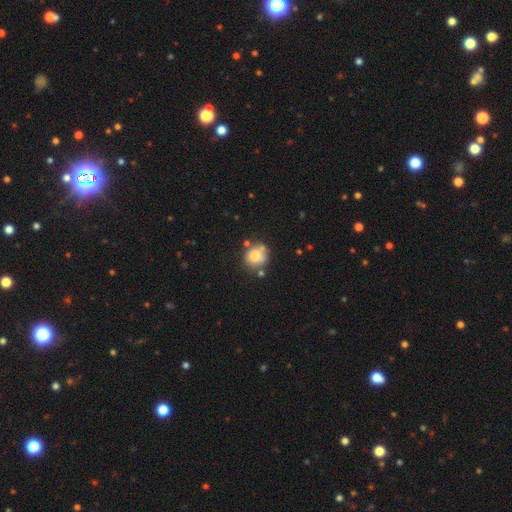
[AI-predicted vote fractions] Smooth or featured?
  - smooth: 77% *
  - featured or disk: 14%
  - star or artifact: 9%
How rounded?
  - round: 86% *
  - in between: 13%
  - cigar-shaped: 1%
Merging?
  - none: 67% *
  - minor disturbance: 16%
  - merger: 12%
  - major disturbance: 5%